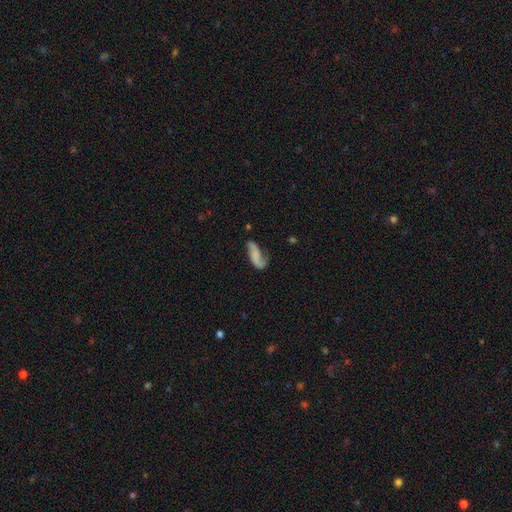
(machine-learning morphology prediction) smooth-or-featured: featured or disk: 57% | smooth: 35% | star or artifact: 8%
  disk-edge-on: no: 94% | yes: 6%
    bar: no: 60% | weak: 28% | strong: 12%
    has-spiral-arms: yes: 88% | no: 12%
    bulge-size: none: 62% | small: 21% | moderate: 10% | large: 5% | dominant: 2%
  merging: none: 48% | minor disturbance: 26% | major disturbance: 21% | merger: 4%